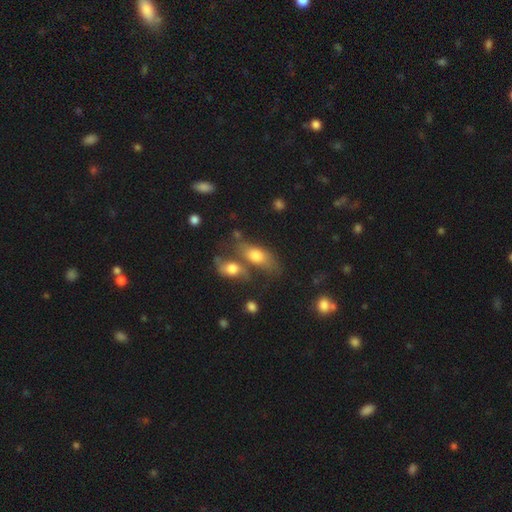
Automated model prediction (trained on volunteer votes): Smooth or featured? smooth (69%)
How rounded? in between (82%)
Merging? merger (42%)